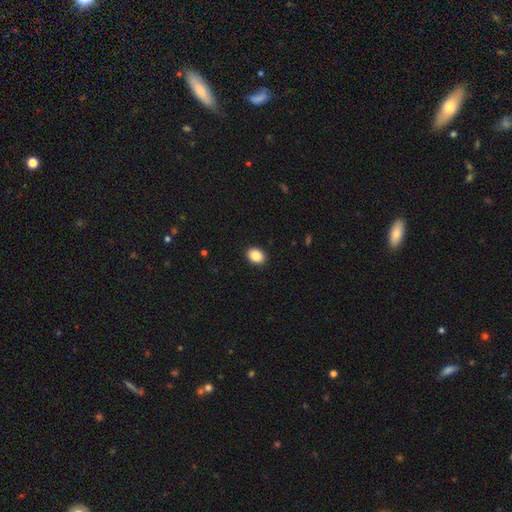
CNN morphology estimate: The model was most divided on "how rounded": in between: 66%, round: 33%, cigar-shaped: 1%. More confident: merging — none (92%); smooth or featured — smooth (87%).